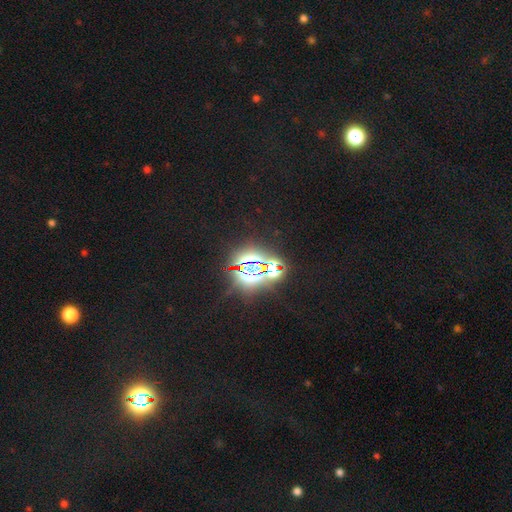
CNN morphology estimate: smooth_or_featured: star or artifact (p=0.77) [alt: smooth p=0.17]